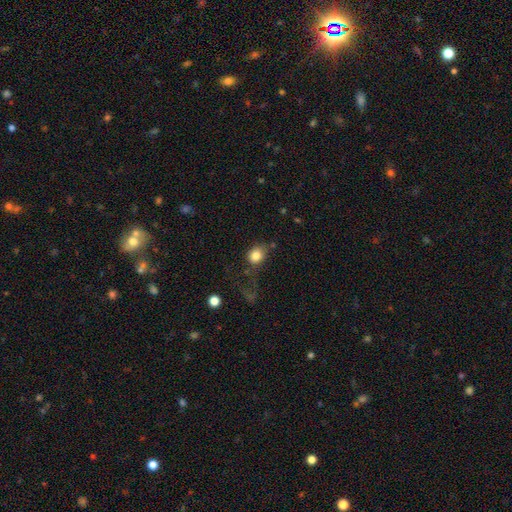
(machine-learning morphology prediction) smooth 83%, star or artifact 10%, featured or disk 8%. Down the decision tree: how rounded — round (61%); merging — none (53%).